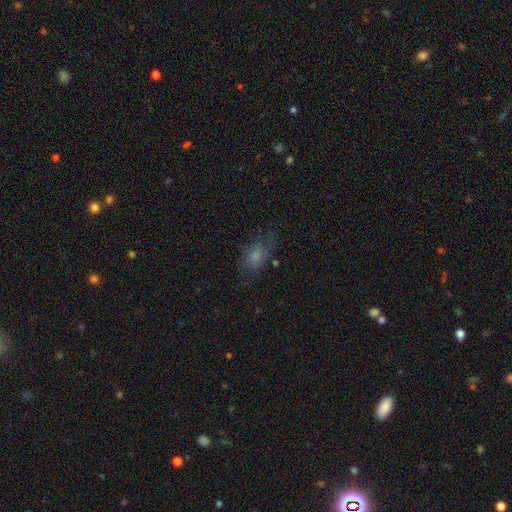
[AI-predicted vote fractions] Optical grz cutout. It shows a smooth galaxy with no disk features (64%) that is in between round and cigar-shaped (82%). Merging: none (60%).